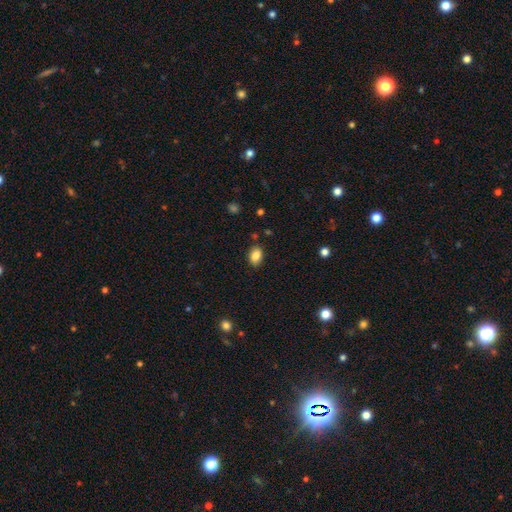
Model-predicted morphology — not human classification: smooth_or_featured: smooth (p=0.85) [alt: star or artifact p=0.09]
how_rounded: in between (p=0.83) [alt: round p=0.16]
merging: none (p=0.84) [alt: minor disturbance p=0.11]